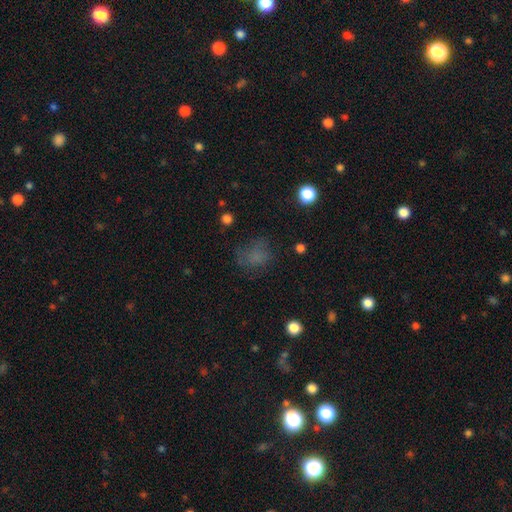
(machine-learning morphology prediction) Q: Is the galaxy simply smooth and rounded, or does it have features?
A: smooth — 65%.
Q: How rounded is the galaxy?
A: round — 54%.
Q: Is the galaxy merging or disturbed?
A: none — 57%.